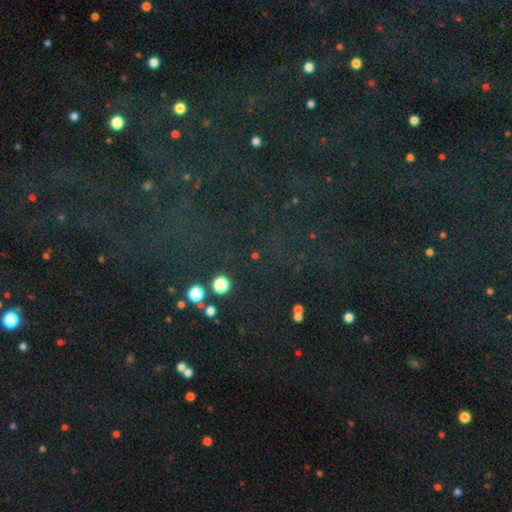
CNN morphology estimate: A star or artifact, not a galaxy (59%).

Vote fractions:
- Smooth or featured? star or artifact: 59% / smooth: 33% / featured or disk: 8%